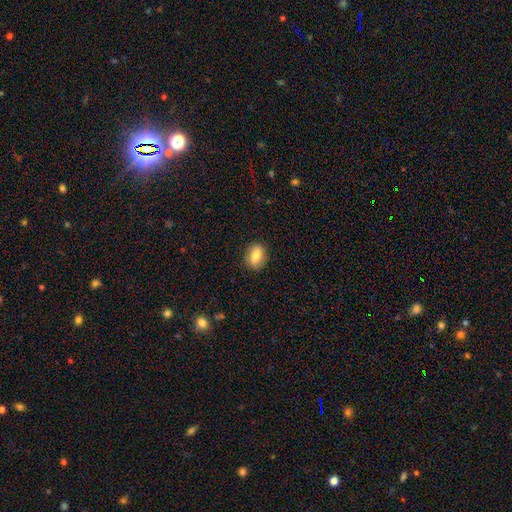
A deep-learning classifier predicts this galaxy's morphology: smooth_or_featured: smooth (p=0.75) [alt: featured or disk p=0.17]
how_rounded: in between (p=0.68) [alt: round p=0.30]
merging: none (p=0.86) [alt: minor disturbance p=0.11]